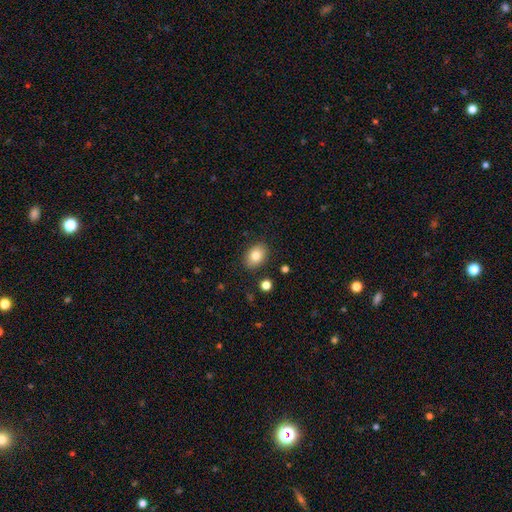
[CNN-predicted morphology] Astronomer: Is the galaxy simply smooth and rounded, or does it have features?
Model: smooth — 81%.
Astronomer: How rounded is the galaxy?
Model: in between — 73%.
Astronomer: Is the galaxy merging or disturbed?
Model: none — 87%.